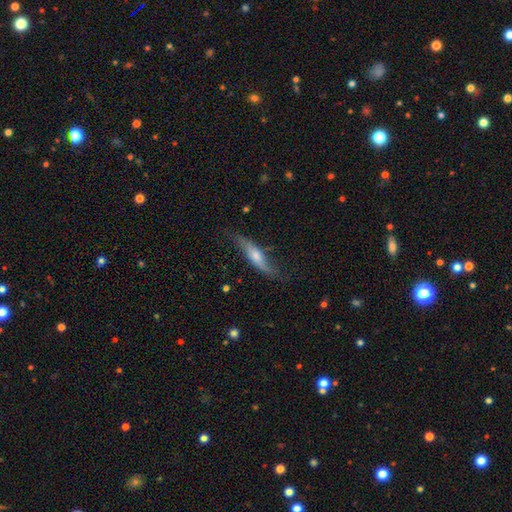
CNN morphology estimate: type=featured or disk (62%); edge-on=yes (59%); merging=none (65%).